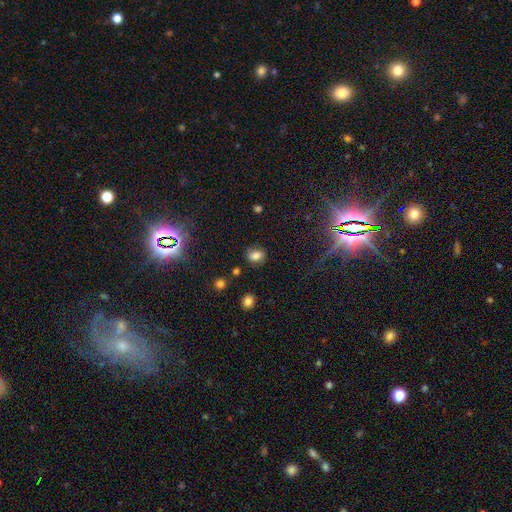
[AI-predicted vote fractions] A smooth galaxy with no disk features (76%) that is in between round and cigar-shaped (54%).

Vote fractions:
- Smooth or featured? smooth: 76% / star or artifact: 12% / featured or disk: 12%
- How rounded? in between: 54% / round: 45% / cigar-shaped: 1%
- Merging? none: 79% / minor disturbance: 14% / major disturbance: 4% / merger: 2%